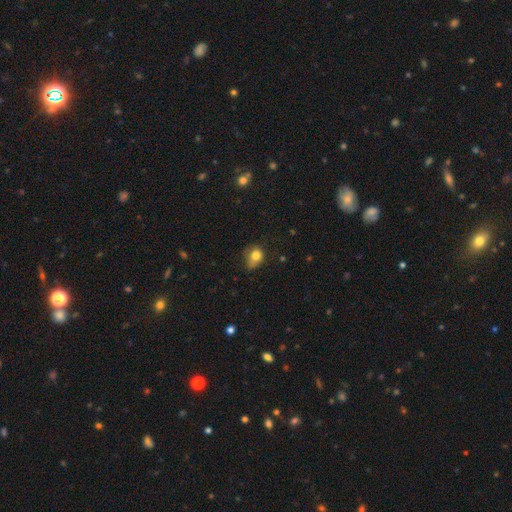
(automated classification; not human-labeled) smooth-or-featured: smooth: 78% | featured or disk: 12% | star or artifact: 10%
  how-rounded: round: 57% | in between: 42% | cigar-shaped: 1%
  merging: none: 42% | minor disturbance: 39% | major disturbance: 16% | merger: 3%